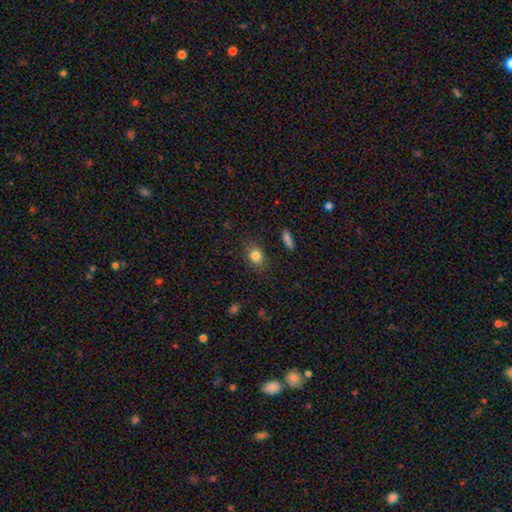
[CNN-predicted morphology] Smooth or featured: smooth — 83% (star or artifact — 10%)
How rounded: in between — 53% (round — 45%)
Merging: none — 85% (minor disturbance — 11%)